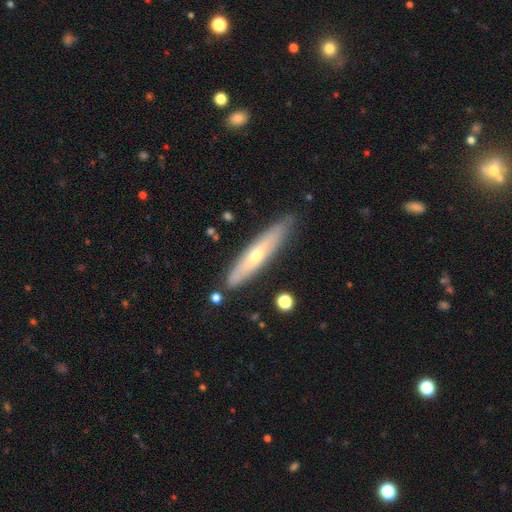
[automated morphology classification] Smooth or featured? Predicted: featured or disk (p=0.55). Edge-on disk? Predicted: yes (p=0.74). Merging? Predicted: none (p=0.81).